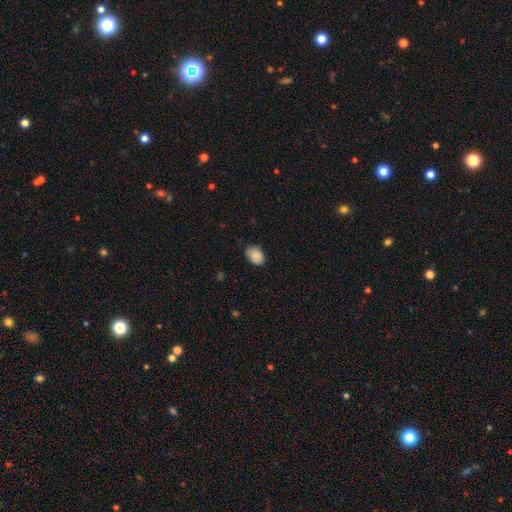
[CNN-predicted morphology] smooth-or-featured: smooth: 89% | star or artifact: 7% | featured or disk: 4%
  how-rounded: in between: 82% | round: 17% | cigar-shaped: 1%
  merging: none: 81% | minor disturbance: 16% | major disturbance: 2% | merger: 1%